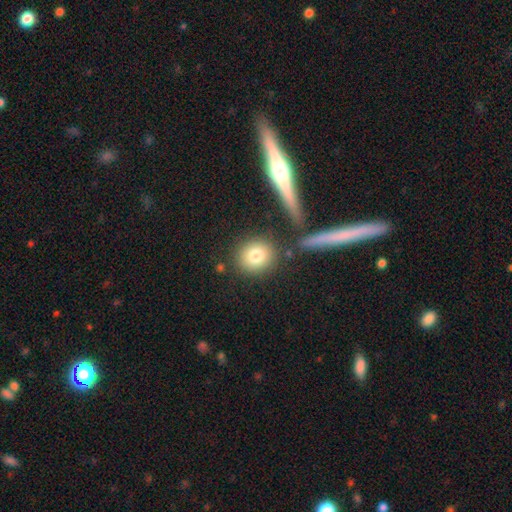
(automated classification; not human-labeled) Smooth or featured: smooth — 81% (featured or disk — 10%)
How rounded: round — 82% (in between — 17%)
Merging: none — 81% (minor disturbance — 9%)